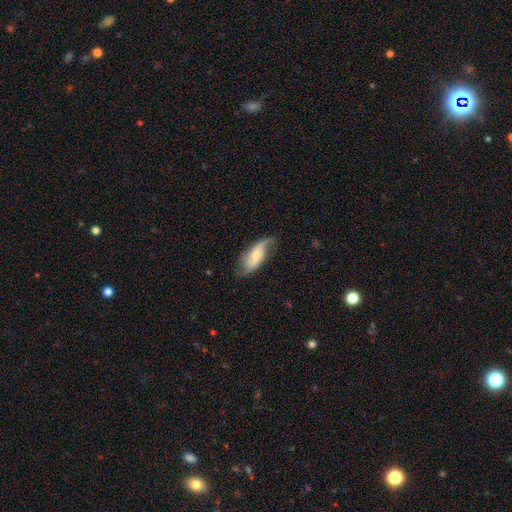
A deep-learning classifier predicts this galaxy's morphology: This is possibly a featured or disk galaxy (52%). It is clearly not viewed edge-on (89%). Merging: possibly none (52%).